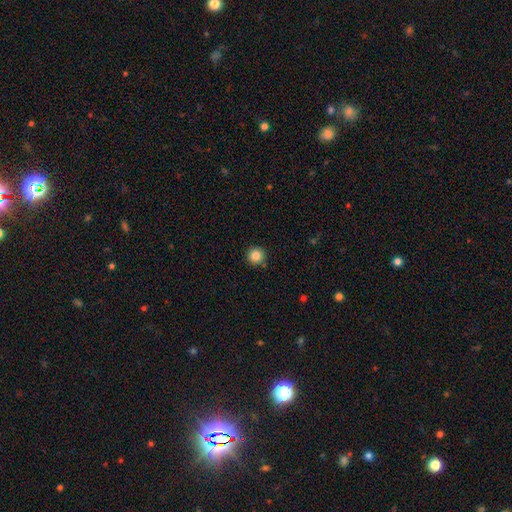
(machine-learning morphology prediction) Smooth or featured? Predicted: smooth (p=0.84). How rounded? Predicted: round (p=0.96). Merging? Predicted: none (p=0.89).